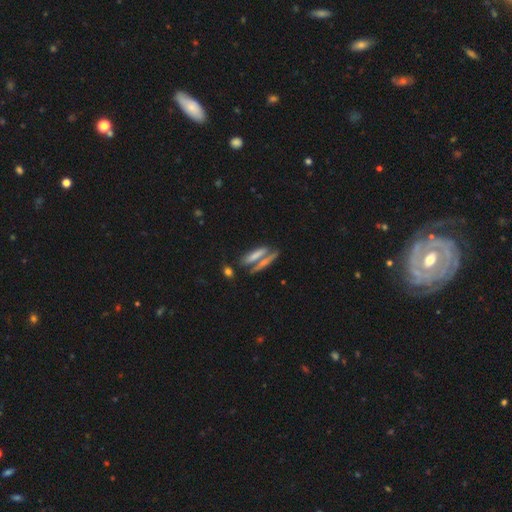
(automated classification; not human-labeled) smooth 50%, featured or disk 38%, star or artifact 11%. Down the decision tree: how rounded — cigar-shaped (75%); merging — none (51%).